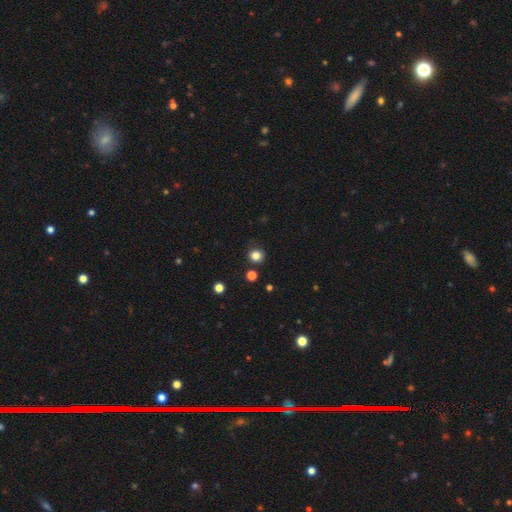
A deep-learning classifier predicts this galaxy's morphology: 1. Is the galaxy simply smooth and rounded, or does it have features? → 82% smooth, 13% star or artifact, 5% featured or disk.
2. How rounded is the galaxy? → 89% round, 10% in between, 1% cigar-shaped.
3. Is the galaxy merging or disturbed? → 85% none, 9% minor disturbance, 3% merger, 3% major disturbance.